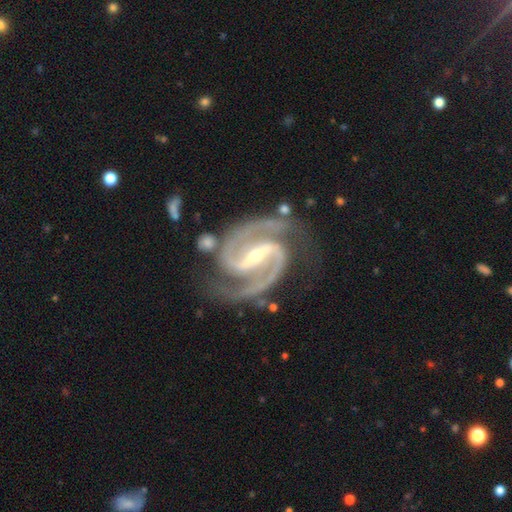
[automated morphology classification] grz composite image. It shows a featured or disk galaxy (95%) with a strong bar (73%), 2 (93%) medium (60%) spiral arms (99%) and a small central bulge (65%). Merging: none (77%).